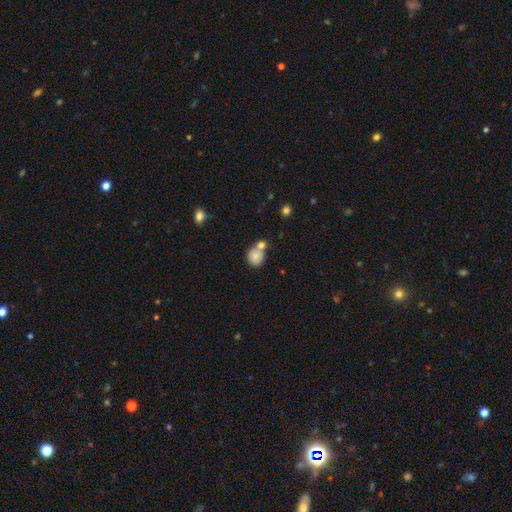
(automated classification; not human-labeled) A smooth galaxy with no disk features (79%) that is round (78%).

Vote fractions:
- Smooth or featured? smooth: 79% / featured or disk: 11% / star or artifact: 10%
- How rounded? round: 78% / in between: 21% / cigar-shaped: 1%
- Merging? none: 48% / merger: 36% / minor disturbance: 12% / major disturbance: 4%